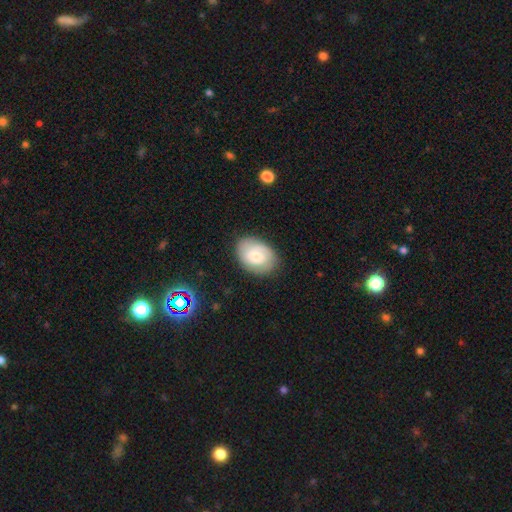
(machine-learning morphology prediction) Smooth or featured? featured or disk (48%)
Merging? none (79%)